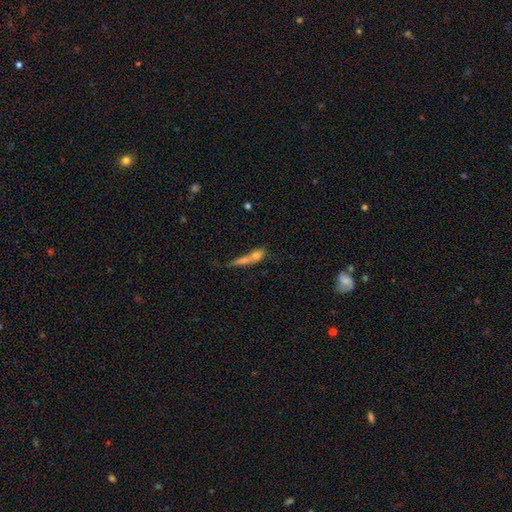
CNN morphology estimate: smooth_or_featured: smooth (p=0.64) [alt: featured or disk p=0.25]
how_rounded: cigar-shaped (p=0.52) [alt: in between p=0.37]
merging: merger (p=0.45) [alt: none p=0.28]